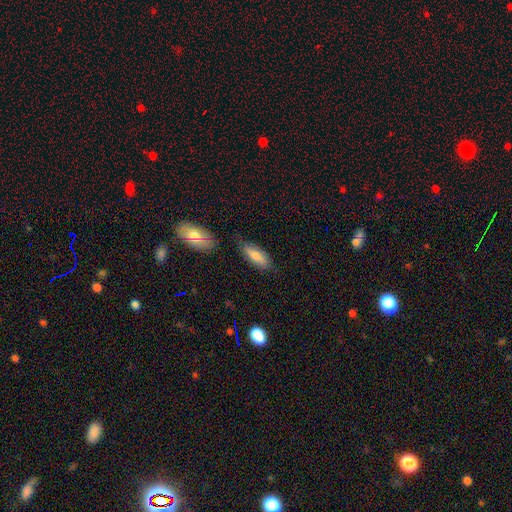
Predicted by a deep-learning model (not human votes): smooth 73%, featured or disk 20%, star or artifact 7%. Down the decision tree: how rounded — in between (69%); merging — none (70%).